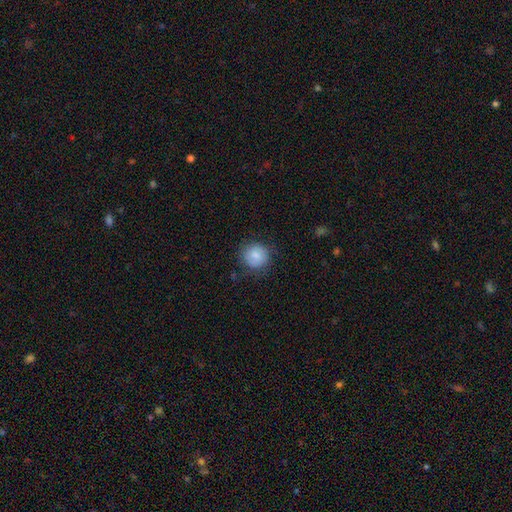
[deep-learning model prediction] Q: Smooth or featured?
A: smooth (83%); runner-up: featured or disk (9%)
Q: How rounded?
A: round (90%); runner-up: in between (9%)
Q: Merging?
A: none (79%); runner-up: minor disturbance (15%)